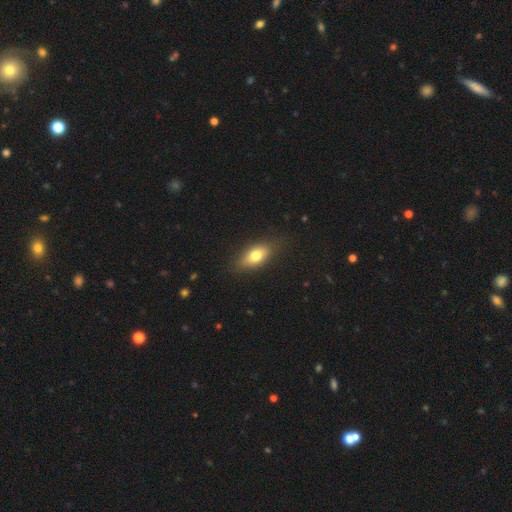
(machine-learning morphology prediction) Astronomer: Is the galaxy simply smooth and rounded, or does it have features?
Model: smooth — 75%.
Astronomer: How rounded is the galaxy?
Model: in between — 82%.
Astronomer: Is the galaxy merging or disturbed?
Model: none — 82%.